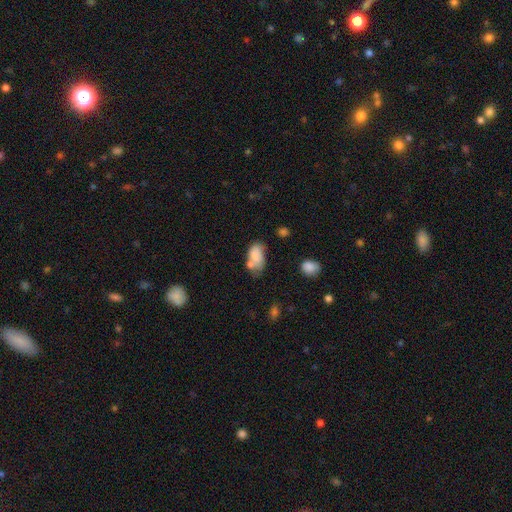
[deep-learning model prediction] smooth 78%, featured or disk 13%, star or artifact 9%. Down the decision tree: how rounded — in between (90%); merging — none (36%).